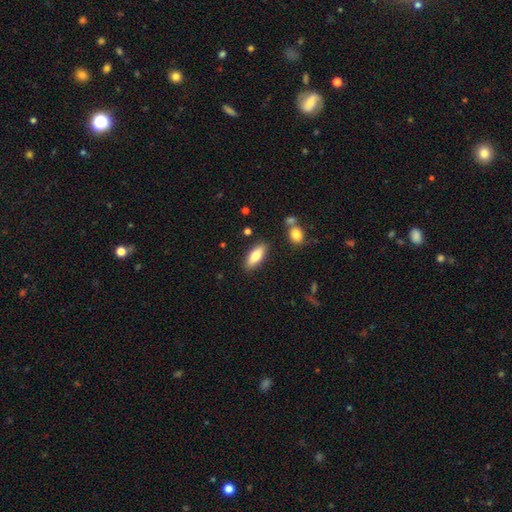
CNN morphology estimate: Smooth or featured? smooth (76%)
How rounded? in between (70%)
Merging? none (85%)